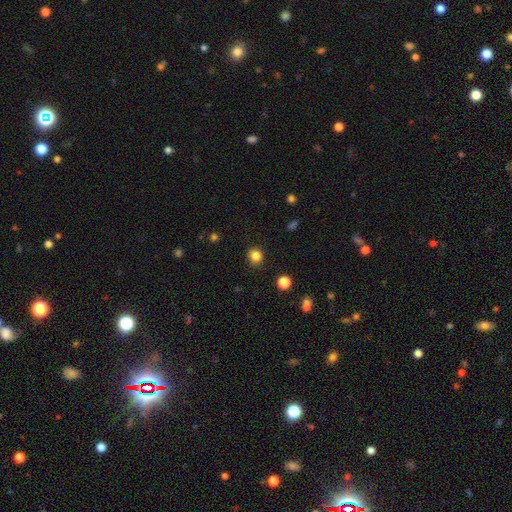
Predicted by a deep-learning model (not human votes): Q: Smooth or featured?
A: smooth (83%); runner-up: star or artifact (13%)
Q: How rounded?
A: round (89%); runner-up: in between (11%)
Q: Merging?
A: none (90%); runner-up: minor disturbance (7%)